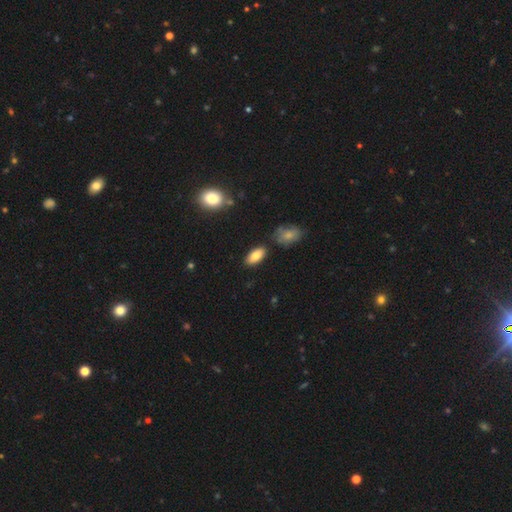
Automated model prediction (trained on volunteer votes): A smooth galaxy with no disk features (82%) that is in between round and cigar-shaped (90%).

Vote fractions:
- Smooth or featured? smooth: 82% / featured or disk: 10% / star or artifact: 8%
- How rounded? in between: 90% / cigar-shaped: 7% / round: 2%
- Merging? none: 84% / minor disturbance: 10% / merger: 3% / major disturbance: 2%